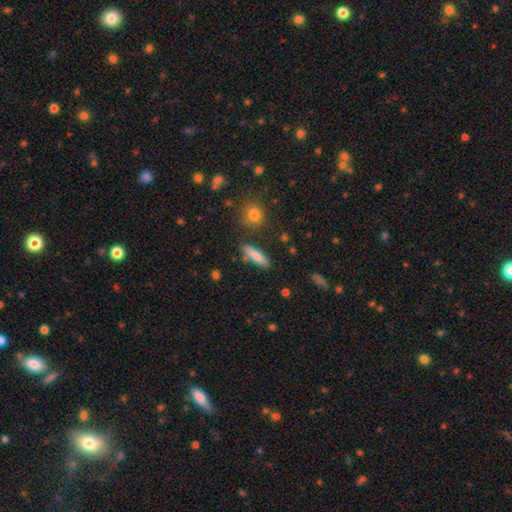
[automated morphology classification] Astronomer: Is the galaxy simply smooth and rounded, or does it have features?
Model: smooth — 79%.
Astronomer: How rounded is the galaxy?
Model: cigar-shaped — 70%.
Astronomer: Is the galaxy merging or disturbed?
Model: none — 83%.